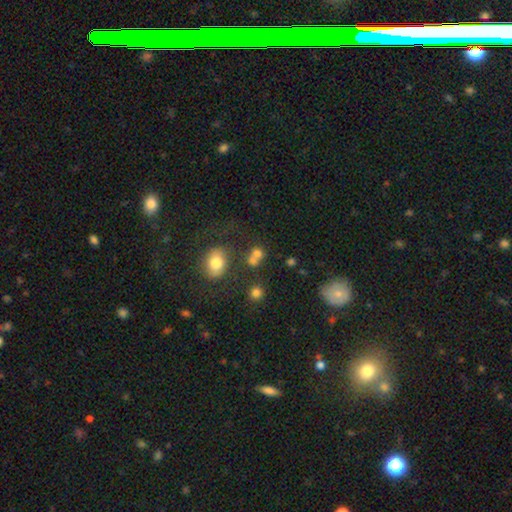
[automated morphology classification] smooth 71%, star or artifact 16%, featured or disk 13%. Down the decision tree: how rounded — round (70%); merging — merger (42%, tied with none).